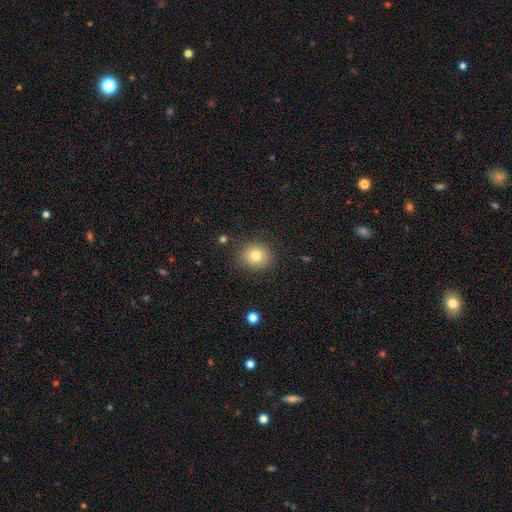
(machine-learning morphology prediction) smooth 78%, star or artifact 12%, featured or disk 10%. Down the decision tree: how rounded — round (80%); merging — none (86%).